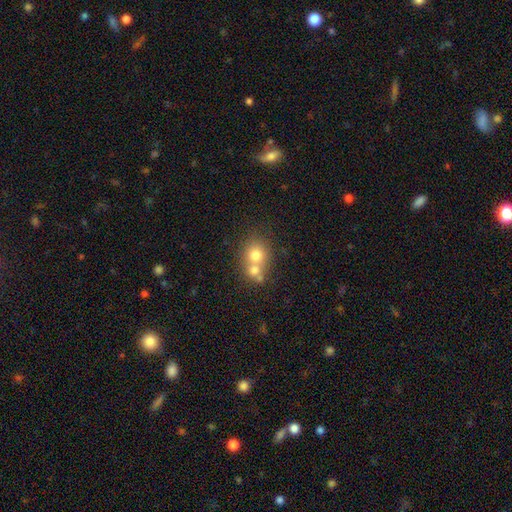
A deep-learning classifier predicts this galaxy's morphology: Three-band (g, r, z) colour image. It shows a smooth galaxy with no disk features (71%) that is round (78%). Merging: merger (57%).